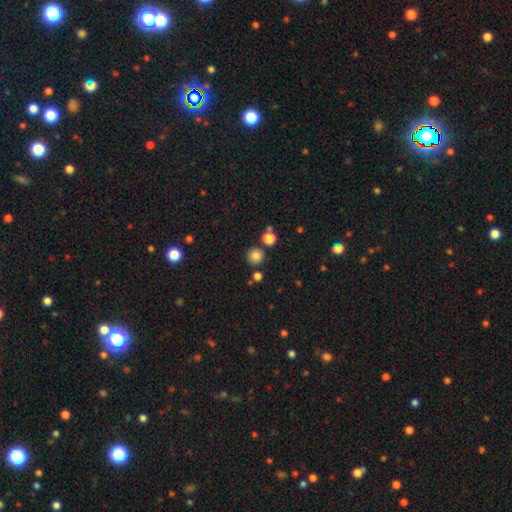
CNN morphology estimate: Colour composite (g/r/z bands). It shows a smooth galaxy with no disk features (81%) that is round (94%). Merging: none (85%).